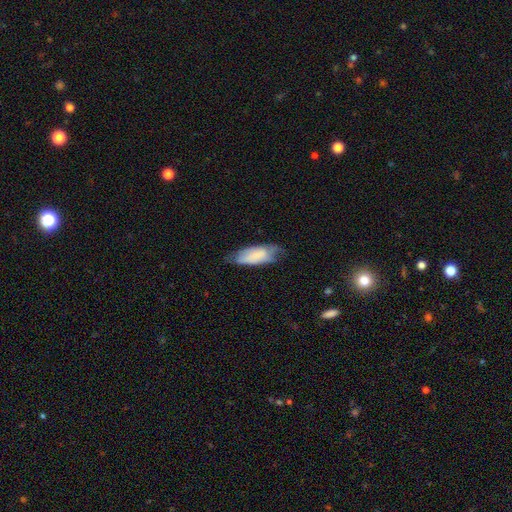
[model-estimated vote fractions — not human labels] Q: Smooth or featured?
A: smooth (69%); runner-up: featured or disk (24%)
Q: How rounded?
A: in between (80%); runner-up: cigar-shaped (19%)
Q: Merging?
A: none (51%); runner-up: minor disturbance (35%)